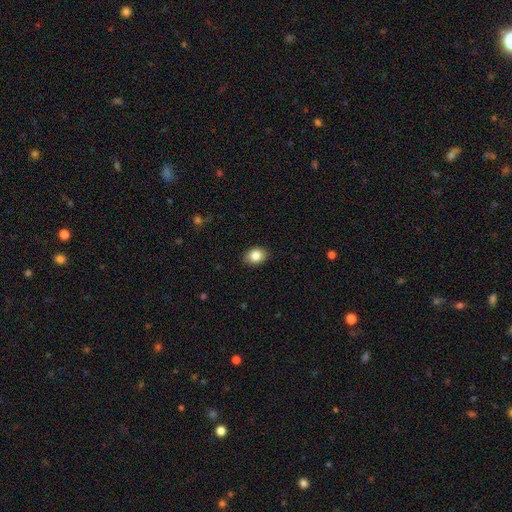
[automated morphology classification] Overall: smooth (84%). How rounded: in between (73%). Merging: none (89%).